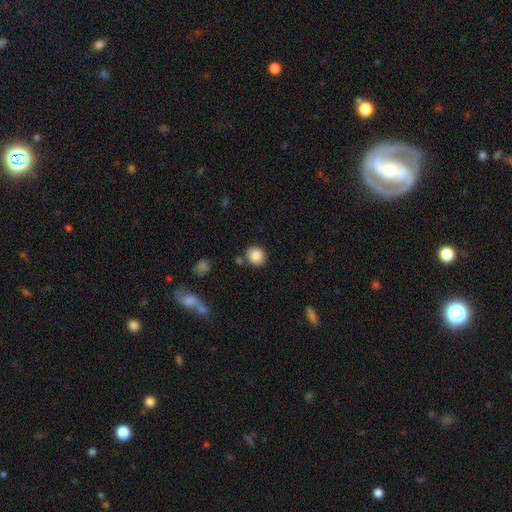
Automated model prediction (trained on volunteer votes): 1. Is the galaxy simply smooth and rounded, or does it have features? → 86% smooth, 9% star or artifact, 5% featured or disk.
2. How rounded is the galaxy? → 78% round, 21% in between, 1% cigar-shaped.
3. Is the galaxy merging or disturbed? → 81% none, 10% minor disturbance, 7% merger, 3% major disturbance.